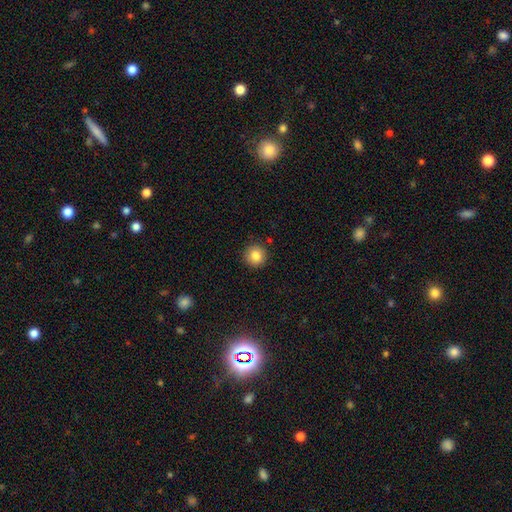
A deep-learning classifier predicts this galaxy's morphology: Smooth or featured?
  - smooth: 83% *
  - star or artifact: 10%
  - featured or disk: 7%
How rounded?
  - round: 94% *
  - in between: 5%
  - cigar-shaped: 1%
Merging?
  - none: 90% *
  - minor disturbance: 7%
  - major disturbance: 2%
  - merger: 2%